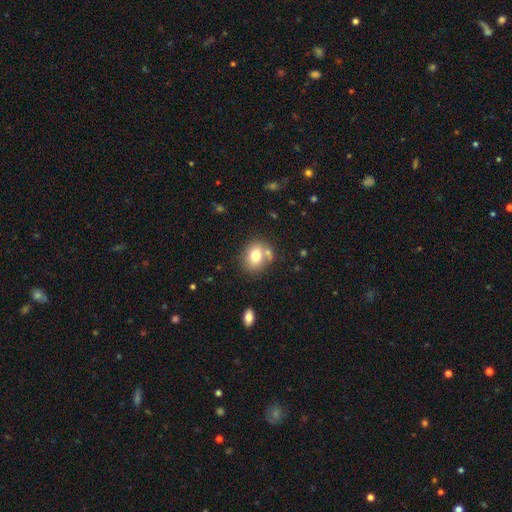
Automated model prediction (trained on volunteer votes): smooth-or-featured: smooth: 75% | featured or disk: 15% | star or artifact: 10%
  how-rounded: round: 51% | in between: 48% | cigar-shaped: 1%
  merging: none: 64% | merger: 18% | minor disturbance: 14% | major disturbance: 4%